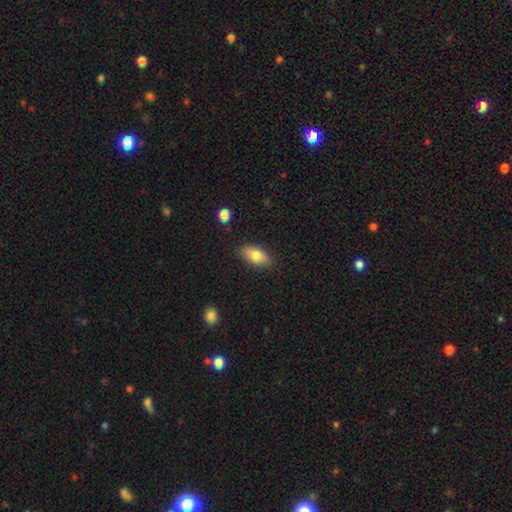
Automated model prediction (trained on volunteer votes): Smooth or featured? smooth (79%)
How rounded? in between (89%)
Merging? none (85%)